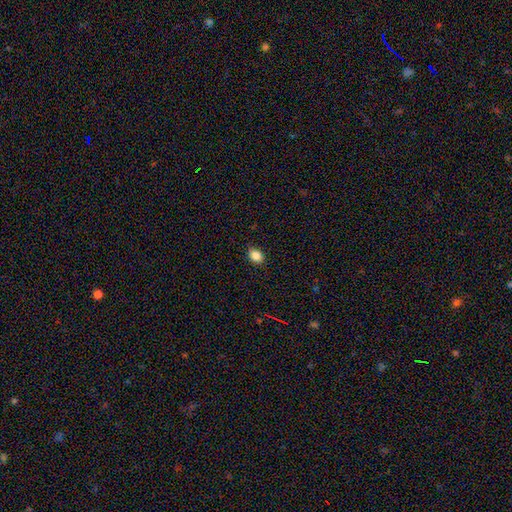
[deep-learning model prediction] smooth_or_featured: smooth (p=0.85) [alt: star or artifact p=0.11]
how_rounded: in between (p=0.61) [alt: round p=0.38]
merging: none (p=0.88) [alt: minor disturbance p=0.09]